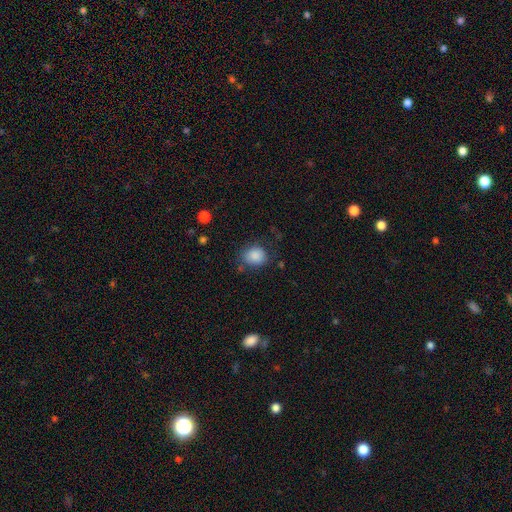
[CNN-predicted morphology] This appears to be a smooth galaxy with no disk features (85%) that is round (68%). Merging: none (67%).